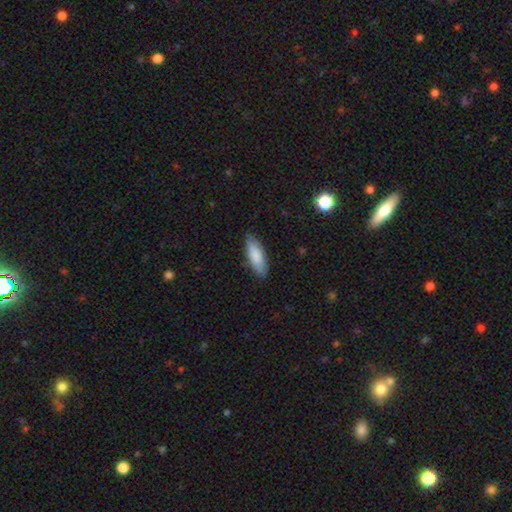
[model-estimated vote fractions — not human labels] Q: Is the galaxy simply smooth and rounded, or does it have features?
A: smooth — 85%.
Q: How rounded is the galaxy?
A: in between — 62%.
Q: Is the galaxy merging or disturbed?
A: none — 85%.